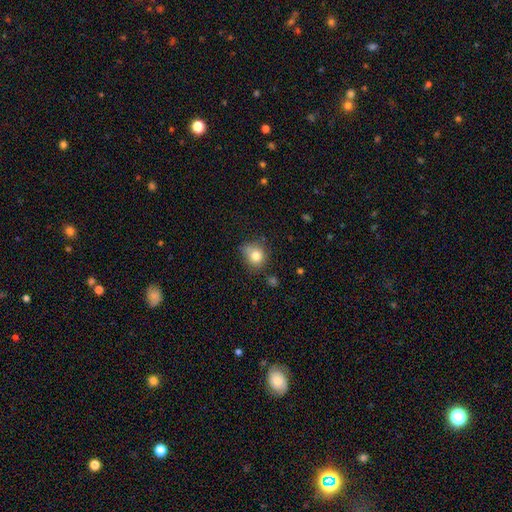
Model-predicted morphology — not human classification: Smooth or featured: smooth — 80% (star or artifact — 11%)
How rounded: round — 73% (in between — 26%)
Merging: none — 62% (minor disturbance — 26%)